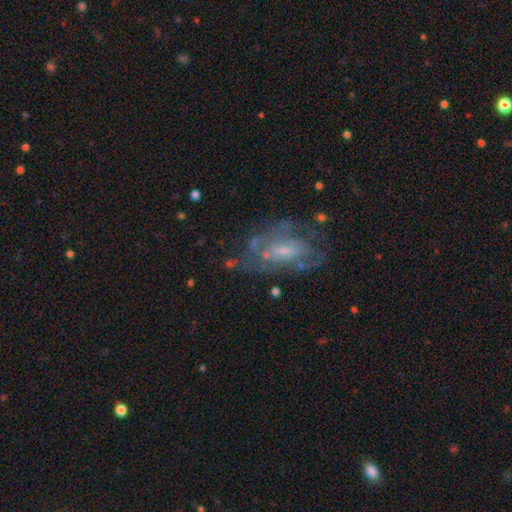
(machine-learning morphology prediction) Q: Smooth or featured?
A: featured or disk (65%); runner-up: smooth (18%)
Q: Edge-on disk?
A: no (91%); runner-up: yes (9%)
Q: Bar?
A: no (48%); runner-up: weak (40%)
Q: Spiral arms?
A: yes (70%); runner-up: no (30%)
Q: Bulge size?
A: small (50%); runner-up: moderate (32%)
Q: Merging?
A: none (66%); runner-up: minor disturbance (18%)